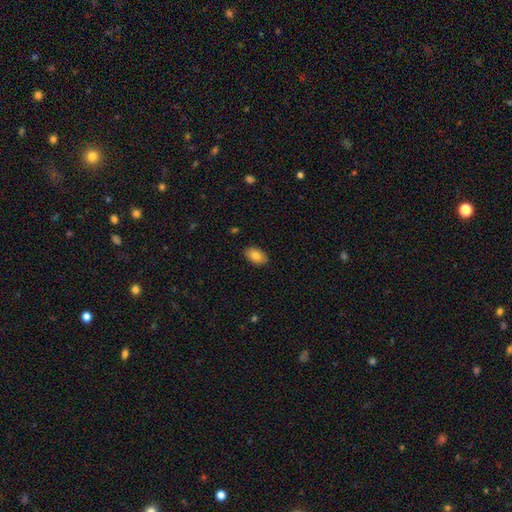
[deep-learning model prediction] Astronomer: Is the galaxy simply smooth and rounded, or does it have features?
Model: smooth — 82%.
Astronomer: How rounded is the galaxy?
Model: in between — 91%.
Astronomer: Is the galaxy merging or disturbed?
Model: none — 88%.